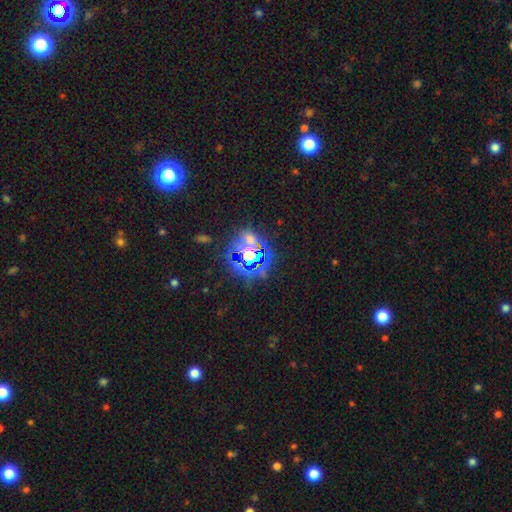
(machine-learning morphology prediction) Smooth or featured? star or artifact (73%)